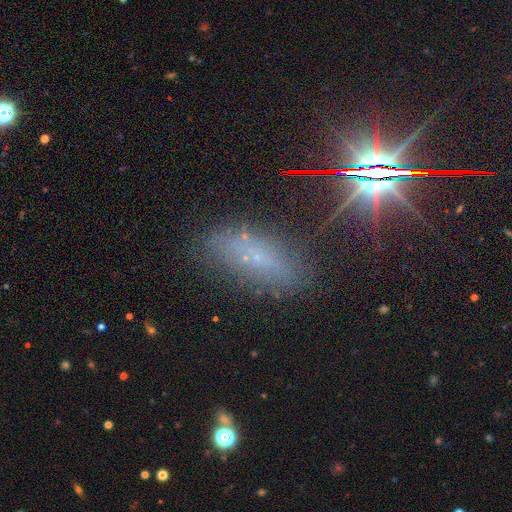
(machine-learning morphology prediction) Smooth or featured: star or artifact — 38% (smooth — 36%)